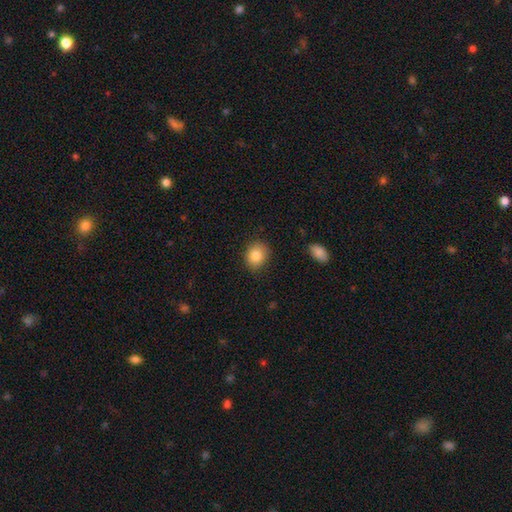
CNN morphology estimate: Smooth or featured? smooth (84%)
How rounded? round (61%)
Merging? none (83%)